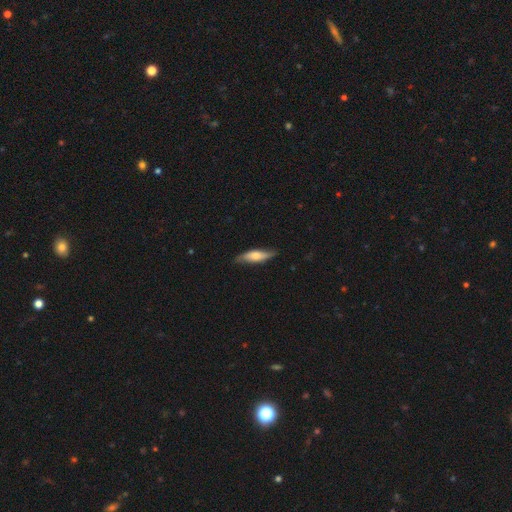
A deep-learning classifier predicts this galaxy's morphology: Smooth or featured? smooth (51%)
How rounded? cigar-shaped (60%)
Merging? none (79%)